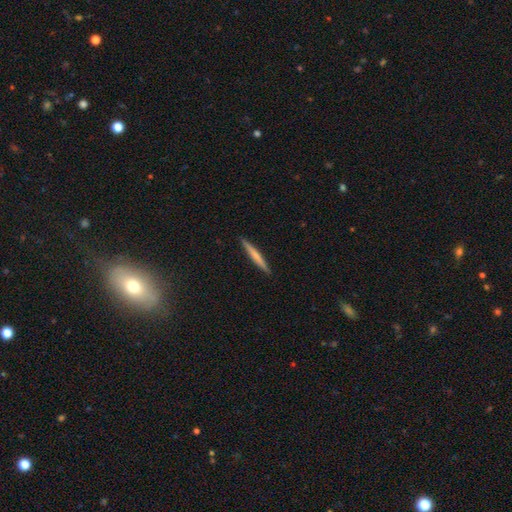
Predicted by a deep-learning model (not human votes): Smooth or featured?
  - smooth: 59% *
  - featured or disk: 36%
  - star or artifact: 5%
How rounded?
  - cigar-shaped: 96% *
  - in between: 3%
  - round: 1%
Merging?
  - none: 92% *
  - minor disturbance: 6%
  - major disturbance: 1%
  - merger: 1%